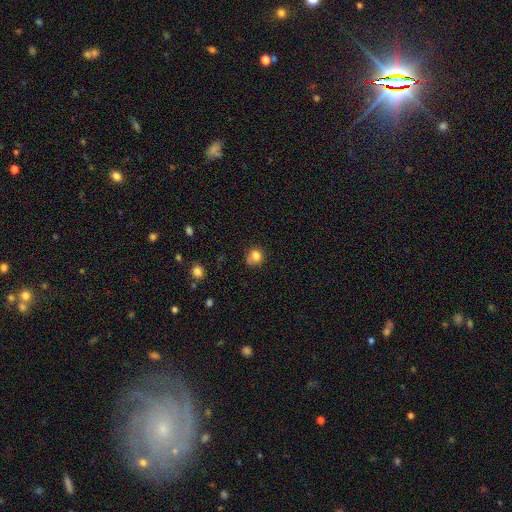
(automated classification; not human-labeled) Smooth or featured?
  - smooth: 79% *
  - star or artifact: 12%
  - featured or disk: 10%
How rounded?
  - round: 71% *
  - in between: 29%
  - cigar-shaped: 1%
Merging?
  - none: 54% *
  - minor disturbance: 28%
  - major disturbance: 10%
  - merger: 8%